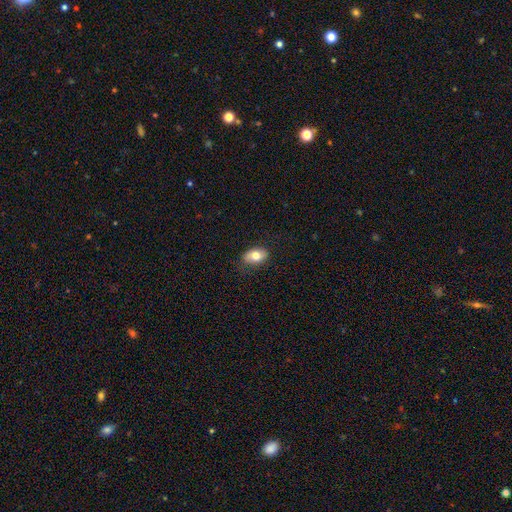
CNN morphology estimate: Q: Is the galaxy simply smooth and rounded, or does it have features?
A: smooth — 74%.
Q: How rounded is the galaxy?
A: in between — 85%.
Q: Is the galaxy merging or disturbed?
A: none — 77%.